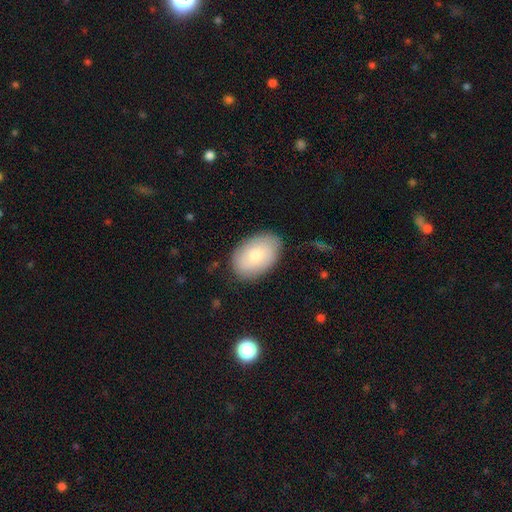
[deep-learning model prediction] smooth-or-featured: smooth: 69% | featured or disk: 25% | star or artifact: 7%
  how-rounded: in between: 88% | round: 11% | cigar-shaped: 1%
  merging: none: 84% | minor disturbance: 12% | major disturbance: 3% | merger: 1%